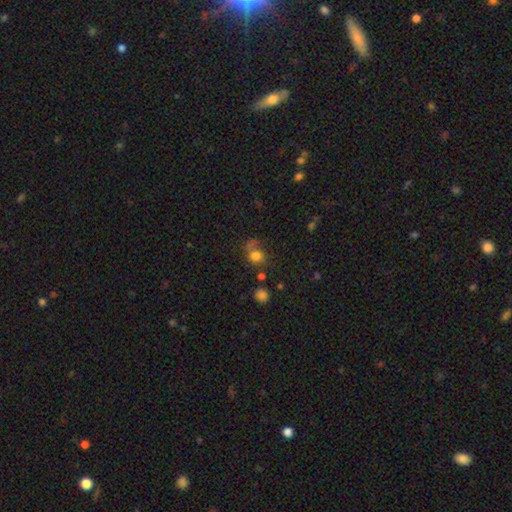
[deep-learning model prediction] Smooth or featured: smooth — 74% (star or artifact — 14%)
How rounded: round — 75% (in between — 24%)
Merging: none — 49% (minor disturbance — 18%)